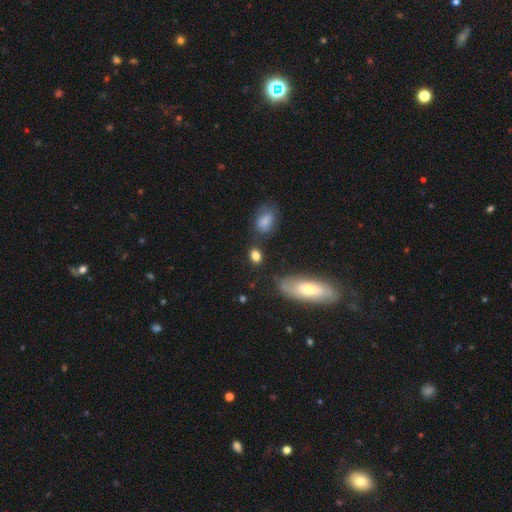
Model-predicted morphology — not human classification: This appears to be a smooth galaxy with no disk features (81%) that is in between round and cigar-shaped (69%). Merging: none (70%).